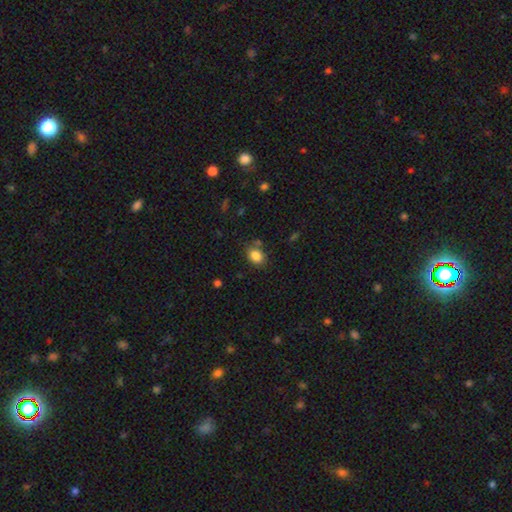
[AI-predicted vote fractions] A smooth galaxy with no disk features (85%) that is in between round and cigar-shaped (62%). Merging: none (72%).